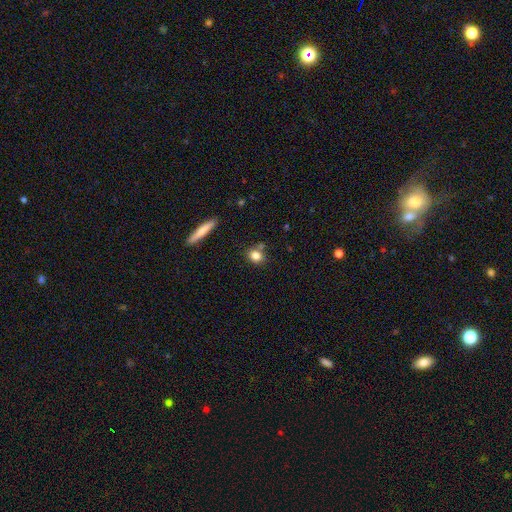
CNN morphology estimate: smooth-or-featured: smooth: 81% | star or artifact: 10% | featured or disk: 9%
  how-rounded: round: 56% | in between: 40% | cigar-shaped: 4%
  merging: none: 69% | minor disturbance: 14% | merger: 14% | major disturbance: 3%